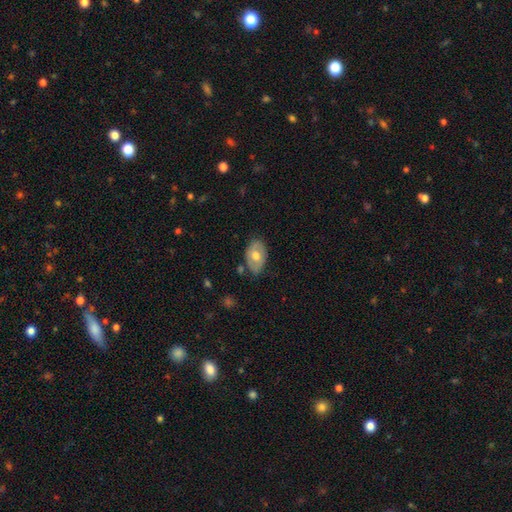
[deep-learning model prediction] This appears to be a smooth galaxy with no disk features (55%) that is in between round and cigar-shaped (88%). Merging: none (75%).